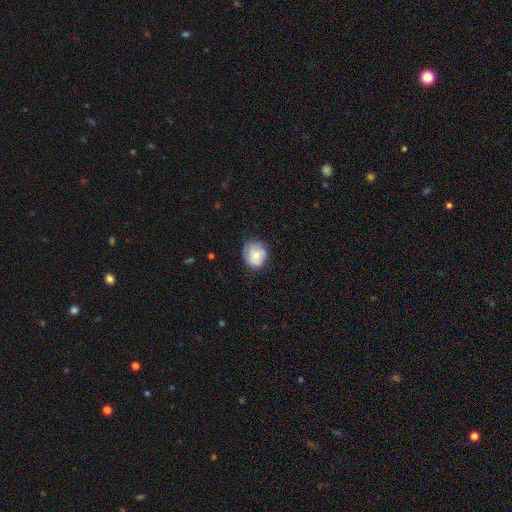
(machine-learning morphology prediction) Smooth or featured? smooth (70%)
How rounded? round (80%)
Merging? none (68%)